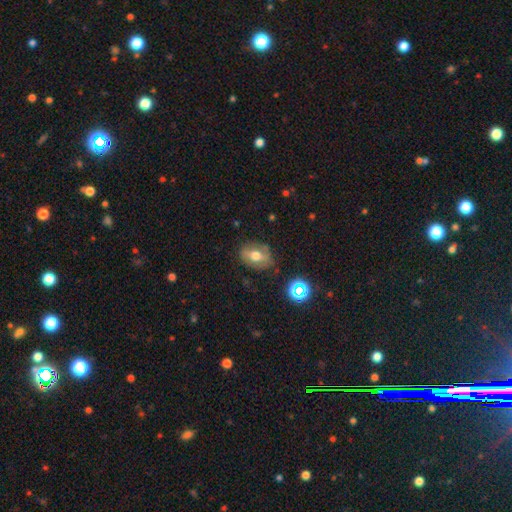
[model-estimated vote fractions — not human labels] The model was most divided on "smooth or featured": smooth: 54%, featured or disk: 35%, star or artifact: 12%. More confident: how rounded — in between (72%); merging — none (72%).